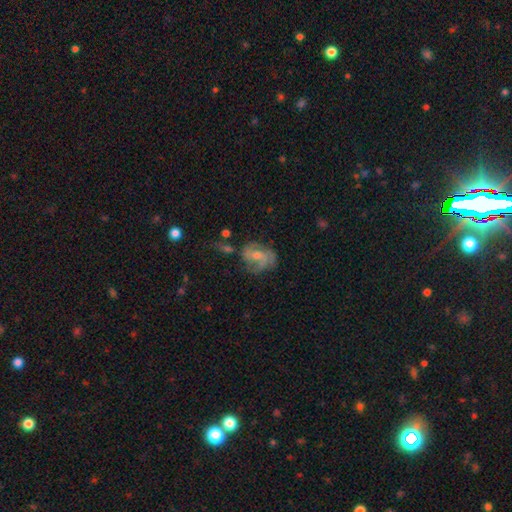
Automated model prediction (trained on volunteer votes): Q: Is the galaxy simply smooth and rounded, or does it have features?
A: featured or disk — 69%.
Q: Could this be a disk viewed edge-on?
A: no — 97%.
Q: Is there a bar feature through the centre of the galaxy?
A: no — 51%.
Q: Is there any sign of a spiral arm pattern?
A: yes — 85%.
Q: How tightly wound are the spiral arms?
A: medium — 46%.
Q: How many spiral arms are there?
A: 2 — 45%.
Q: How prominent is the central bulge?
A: small — 52%.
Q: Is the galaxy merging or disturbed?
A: none — 55%.